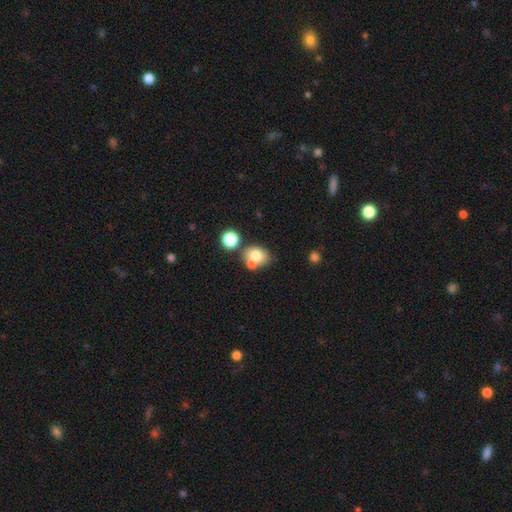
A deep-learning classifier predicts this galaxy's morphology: This is likely a smooth galaxy (73%). How rounded: possibly round (55%). Merging: possibly none (46%).